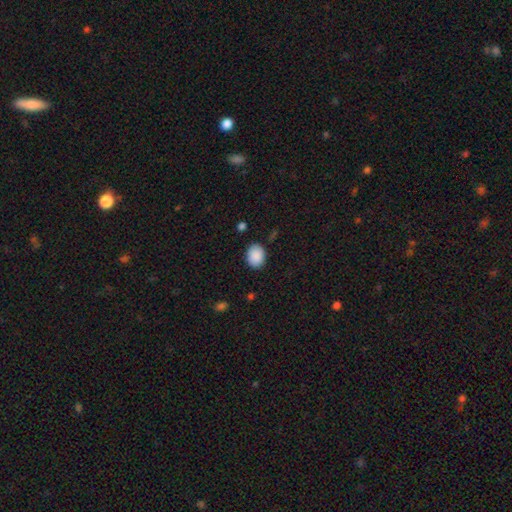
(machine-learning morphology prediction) The model was most divided on "how rounded": in between: 59%, round: 40%, cigar-shaped: 1%. More confident: smooth or featured — smooth (90%); merging — none (85%).